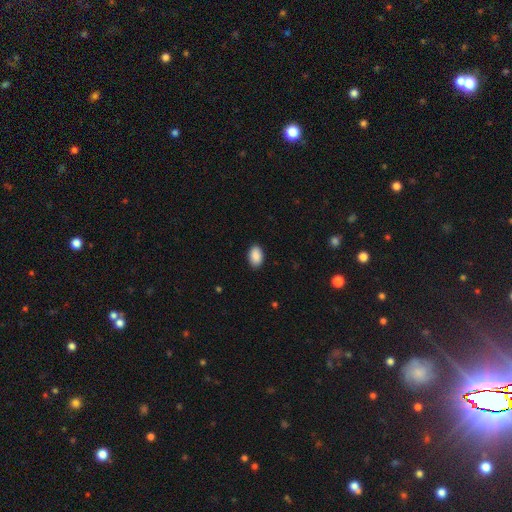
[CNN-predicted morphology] A smooth galaxy with no disk features (90%) that is in between round and cigar-shaped (91%). Merging: none (89%).